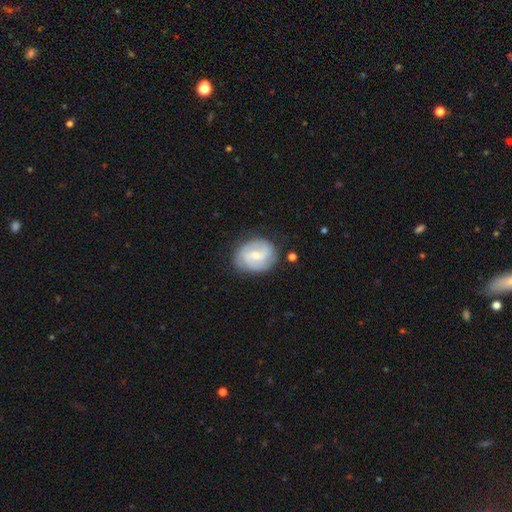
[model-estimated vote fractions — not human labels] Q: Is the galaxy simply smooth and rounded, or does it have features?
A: featured or disk — 58%.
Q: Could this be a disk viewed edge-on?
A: no — 97%.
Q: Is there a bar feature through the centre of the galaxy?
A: weak — 55%.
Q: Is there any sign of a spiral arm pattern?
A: yes — 82%.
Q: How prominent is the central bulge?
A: small — 51%.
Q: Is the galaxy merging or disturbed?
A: none — 72%.